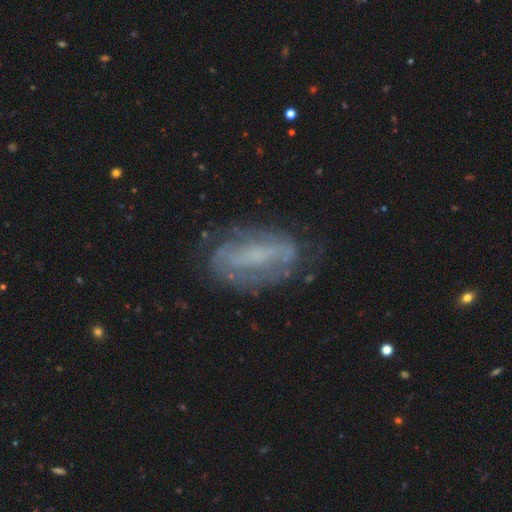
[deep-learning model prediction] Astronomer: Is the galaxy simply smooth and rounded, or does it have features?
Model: featured or disk — 69%.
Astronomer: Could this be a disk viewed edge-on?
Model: no — 91%.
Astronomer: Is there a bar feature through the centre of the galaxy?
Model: weak — 39% (runner-up: no, 32%).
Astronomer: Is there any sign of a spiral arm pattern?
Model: yes — 69%.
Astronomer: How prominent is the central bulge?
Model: small — 38% (runner-up: none, 37%).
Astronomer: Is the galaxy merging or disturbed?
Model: none — 67%.